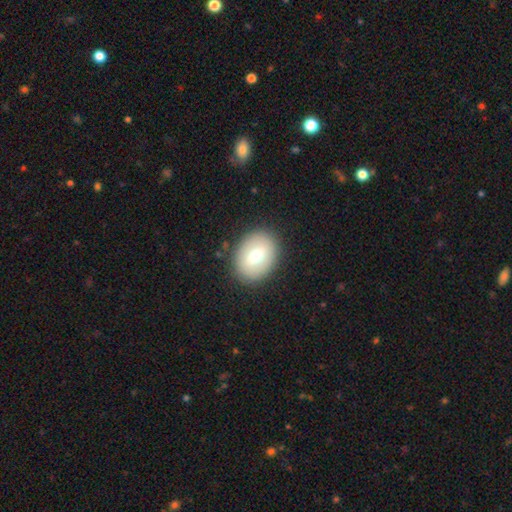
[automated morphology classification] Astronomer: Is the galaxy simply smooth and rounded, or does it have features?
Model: smooth — 60%.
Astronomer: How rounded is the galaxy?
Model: in between — 63%.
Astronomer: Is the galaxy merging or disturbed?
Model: none — 86%.